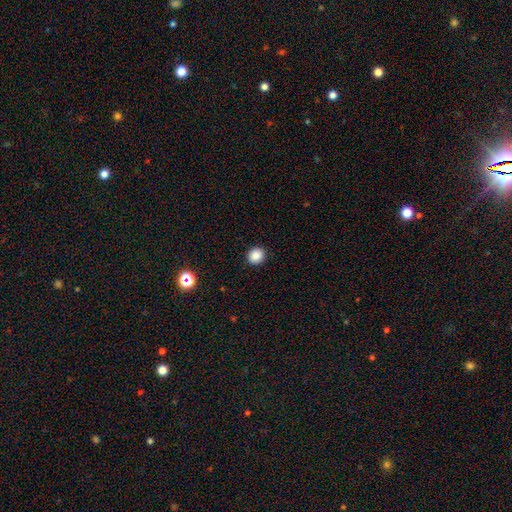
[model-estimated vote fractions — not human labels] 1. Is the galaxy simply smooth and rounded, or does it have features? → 87% smooth, 10% star or artifact, 3% featured or disk.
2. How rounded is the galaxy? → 81% round, 18% in between, 1% cigar-shaped.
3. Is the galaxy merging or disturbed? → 91% none, 6% minor disturbance, 2% major disturbance, 1% merger.